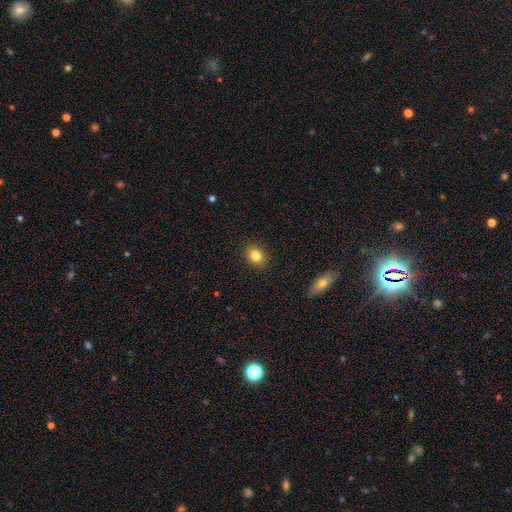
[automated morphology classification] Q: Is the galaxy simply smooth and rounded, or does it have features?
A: smooth — 83%.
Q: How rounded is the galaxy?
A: in between — 59%.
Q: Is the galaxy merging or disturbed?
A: none — 89%.